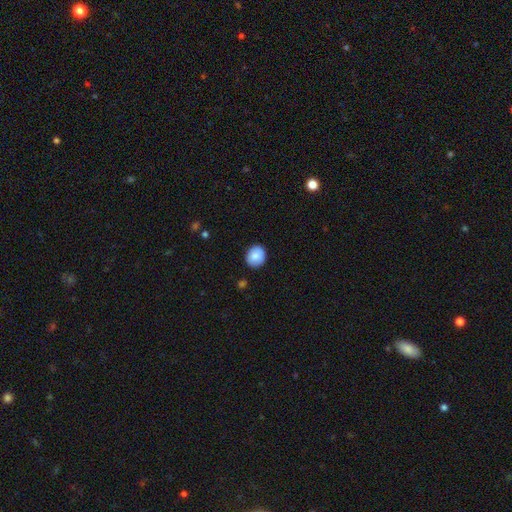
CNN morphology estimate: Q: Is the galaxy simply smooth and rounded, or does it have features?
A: smooth — 85%.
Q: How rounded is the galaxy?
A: round — 68%.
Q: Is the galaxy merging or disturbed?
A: none — 87%.